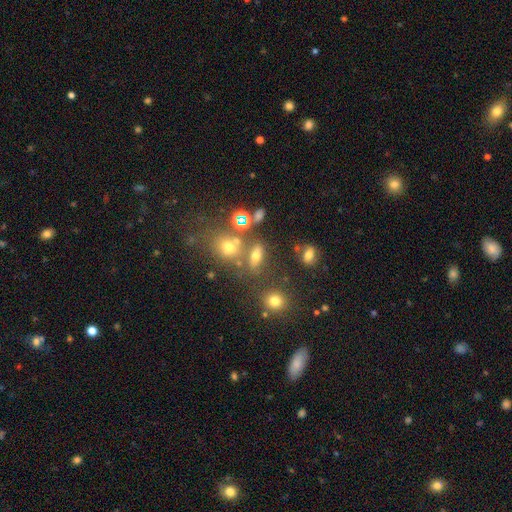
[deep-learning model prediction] Smooth or featured? Predicted: smooth (p=0.59). How rounded? Predicted: in between (p=0.64). Merging? Predicted: none (p=0.59).